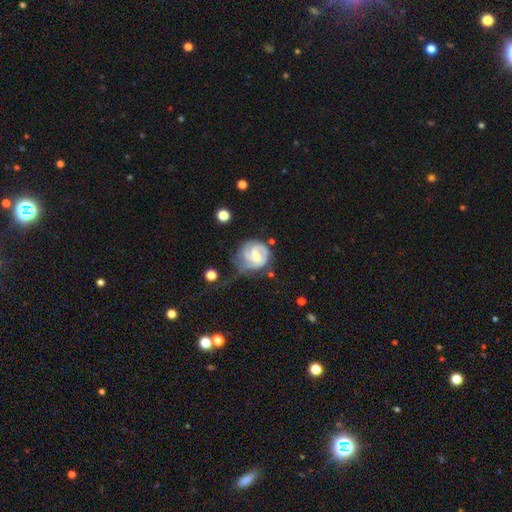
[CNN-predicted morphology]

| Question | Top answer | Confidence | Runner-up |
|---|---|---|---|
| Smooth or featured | featured or disk | 72% | smooth (21%) |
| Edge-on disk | no | 98% | yes (2%) |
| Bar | weak | 52% | no (29%) |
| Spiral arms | yes | 91% | no (9%) |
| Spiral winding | tight | 53% | medium (35%) |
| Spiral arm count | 2 | 52% | can't tell (21%) |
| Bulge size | small | 38% | moderate (37%) |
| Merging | none | 40% | minor disturbance (28%) |